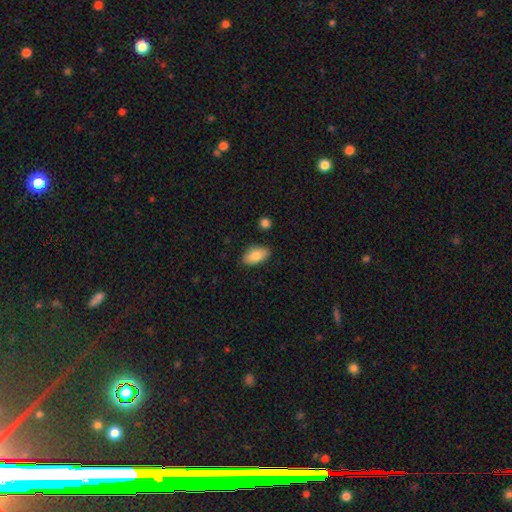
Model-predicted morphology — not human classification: This appears to be a smooth galaxy with no disk features (82%) that is in between round and cigar-shaped (93%). Merging: none (85%).